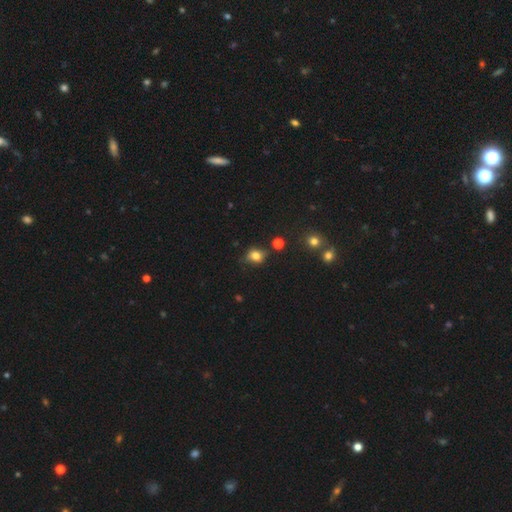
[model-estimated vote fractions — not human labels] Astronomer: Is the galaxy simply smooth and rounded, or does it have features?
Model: smooth — 75%.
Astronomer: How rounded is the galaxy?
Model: round — 62%.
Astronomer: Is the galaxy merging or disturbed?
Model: none — 66%.